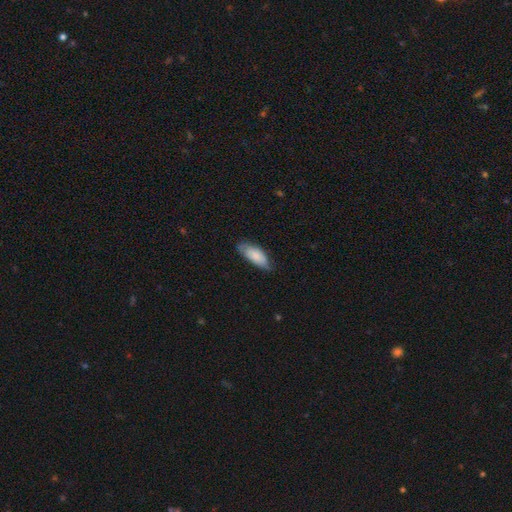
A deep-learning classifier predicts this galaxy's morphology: smooth-or-featured: smooth: 79% | featured or disk: 15% | star or artifact: 6%
  how-rounded: in between: 81% | cigar-shaped: 17% | round: 2%
  merging: none: 66% | minor disturbance: 28% | major disturbance: 5% | merger: 1%